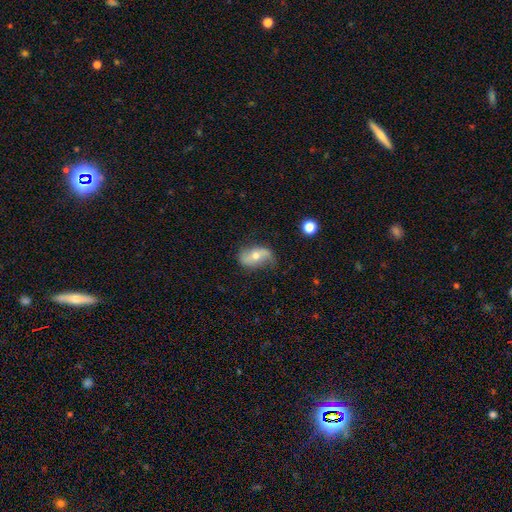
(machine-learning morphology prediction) The model was most divided on "bar": no: 50%, weak: 27%, strong: 22%. More confident: edge-on disk — no (90%); spiral arms — yes (83%); merging — none (69%); smooth or featured — featured or disk (63%); bulge size — moderate (60%).